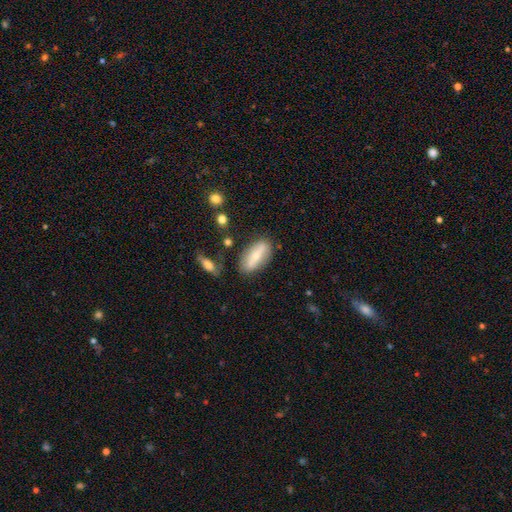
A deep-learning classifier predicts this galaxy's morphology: smooth_or_featured: smooth (p=0.50) [alt: featured or disk p=0.43]
how_rounded: in between (p=0.72) [alt: cigar-shaped p=0.25]
merging: none (p=0.78) [alt: minor disturbance p=0.14]